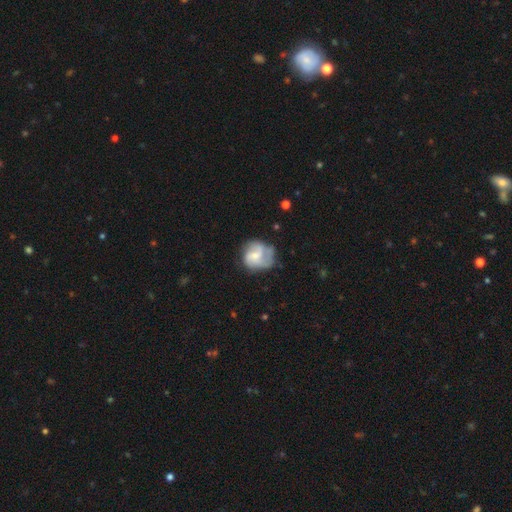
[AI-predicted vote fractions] featured or disk 59%, smooth 35%, star or artifact 7%. Down the decision tree: edge-on disk — no (98%); bar — no (54%); spiral arms — yes (81%); bulge size — small (45%); merging — none (52%).